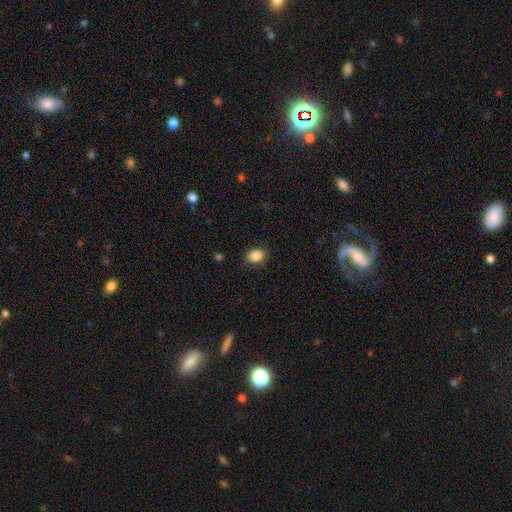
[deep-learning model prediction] smooth-or-featured: smooth: 87% | star or artifact: 9% | featured or disk: 4%
  how-rounded: in between: 57% | round: 42% | cigar-shaped: 1%
  merging: none: 86% | minor disturbance: 10% | major disturbance: 3% | merger: 1%